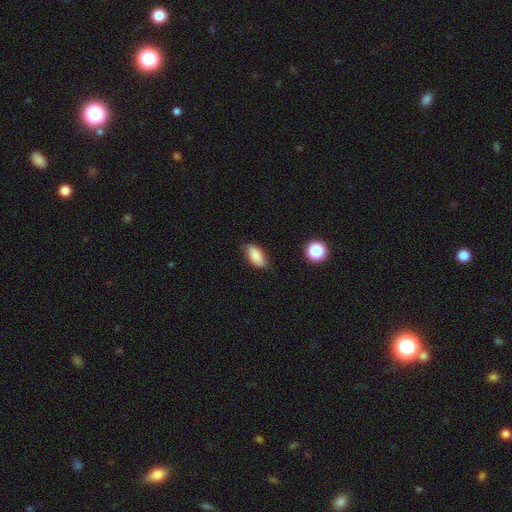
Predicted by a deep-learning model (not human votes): This appears to be a smooth galaxy with no disk features (87%) that is in between round and cigar-shaped (88%). Merging: none (80%).